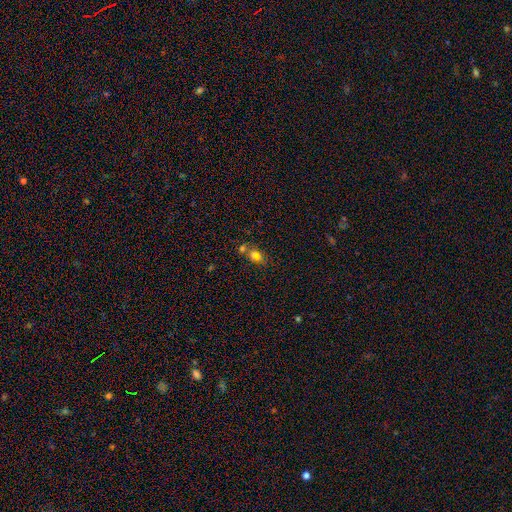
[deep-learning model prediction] This is likely a smooth galaxy (69%). How rounded: possibly round (50%). Merging: marginally none (43%).